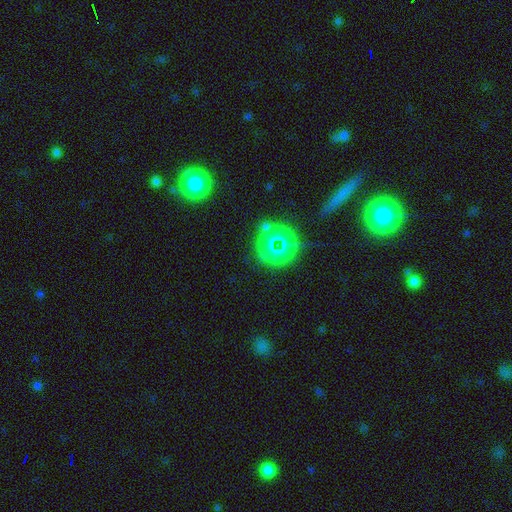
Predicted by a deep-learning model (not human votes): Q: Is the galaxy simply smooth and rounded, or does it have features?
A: star or artifact — 71%.